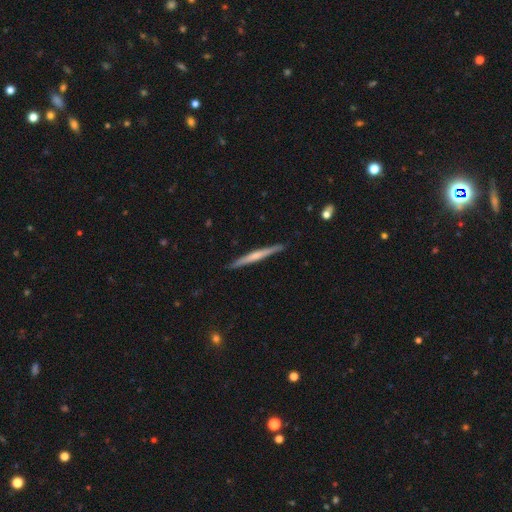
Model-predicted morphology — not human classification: This appears to be a featured or disk galaxy (56%) viewed edge-on (98%) with no central bulge (49%). Merging: none (91%).